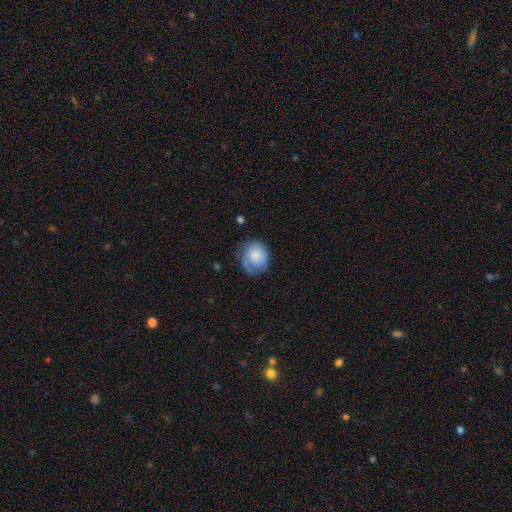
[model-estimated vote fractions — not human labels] Smooth or featured? smooth (65%)
How rounded? round (70%)
Merging? none (57%)